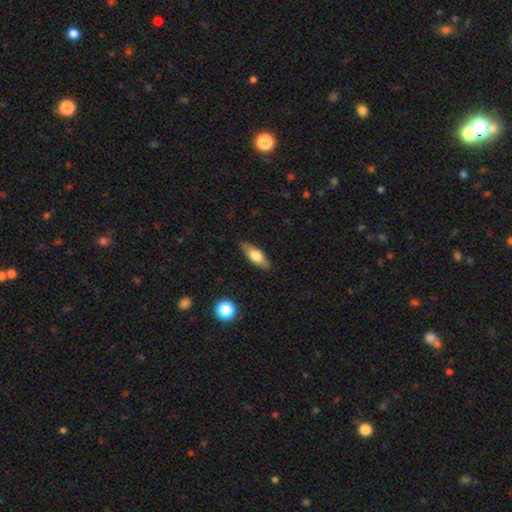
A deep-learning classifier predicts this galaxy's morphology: A smooth galaxy with no disk features (67%) that is in between round and cigar-shaped (68%). Merging: none (87%).